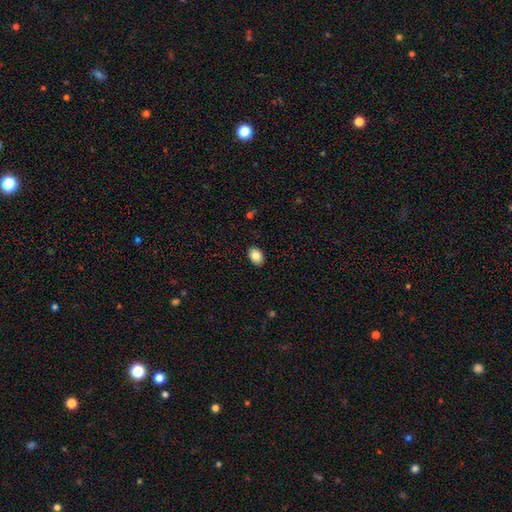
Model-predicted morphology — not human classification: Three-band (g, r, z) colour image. It shows a smooth galaxy with no disk features (84%) that is in between round and cigar-shaped (77%). Merging: none (89%).